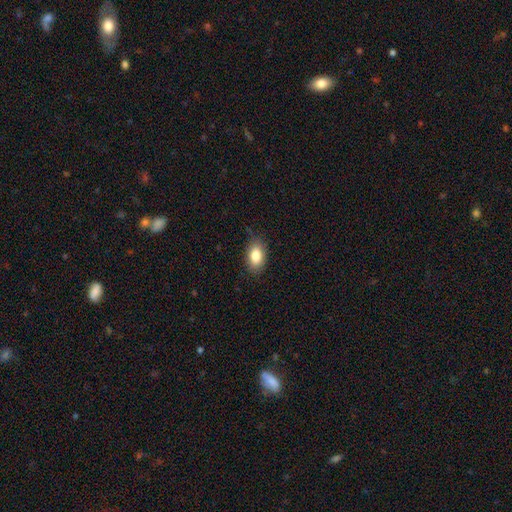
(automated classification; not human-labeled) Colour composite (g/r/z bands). It shows a smooth galaxy with no disk features (83%) that is in between round and cigar-shaped (90%). Merging: none (81%).